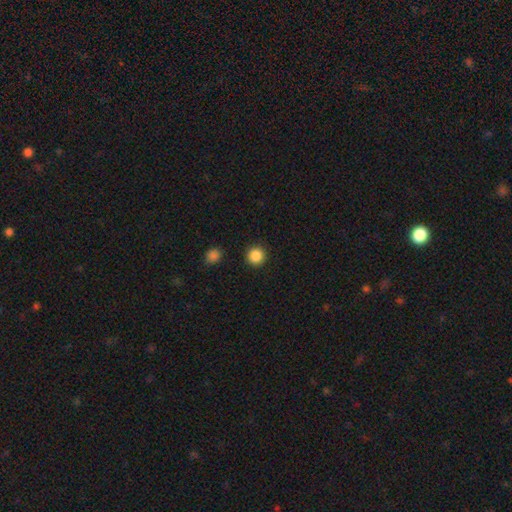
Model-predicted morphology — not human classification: Q: Smooth or featured?
A: smooth (87%); runner-up: star or artifact (10%)
Q: How rounded?
A: round (95%); runner-up: in between (4%)
Q: Merging?
A: none (92%); runner-up: minor disturbance (5%)